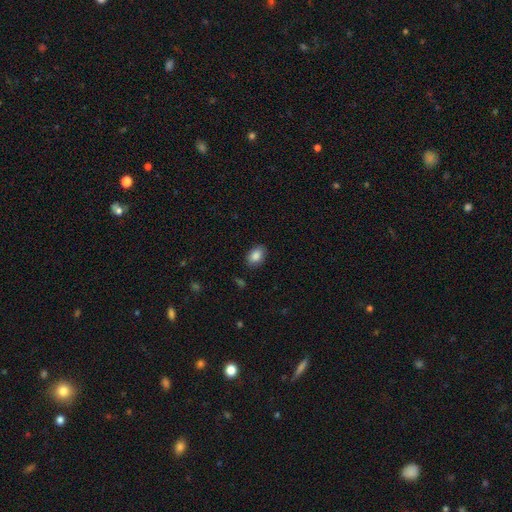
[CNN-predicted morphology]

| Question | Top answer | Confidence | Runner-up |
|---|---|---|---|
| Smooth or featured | smooth | 87% | star or artifact (8%) |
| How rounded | in between | 85% | round (14%) |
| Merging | none | 85% | minor disturbance (11%) |